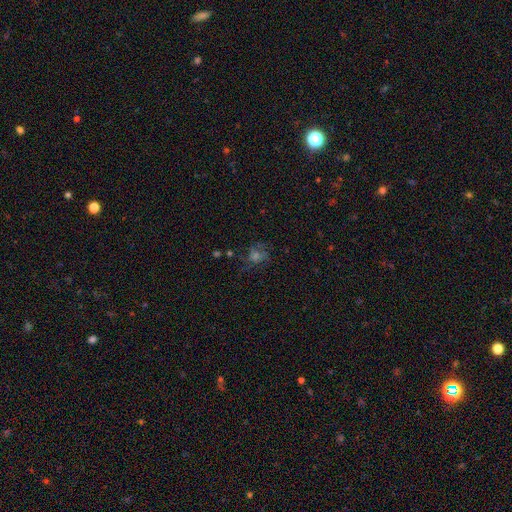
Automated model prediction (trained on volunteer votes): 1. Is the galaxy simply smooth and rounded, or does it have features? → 34% featured or disk (tied), 34% star or artifact (tied), 32% smooth.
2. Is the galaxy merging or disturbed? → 61% none, 18% minor disturbance, 17% major disturbance, 4% merger.